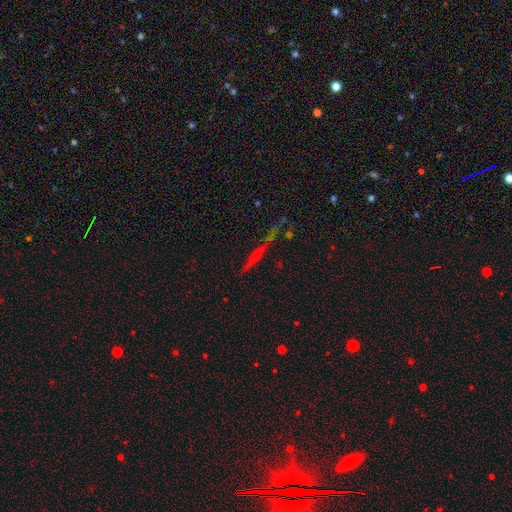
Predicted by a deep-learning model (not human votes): smooth_or_featured: featured or disk (p=0.46) [alt: star or artifact p=0.27]
merging: none (p=0.75) [alt: minor disturbance p=0.13]